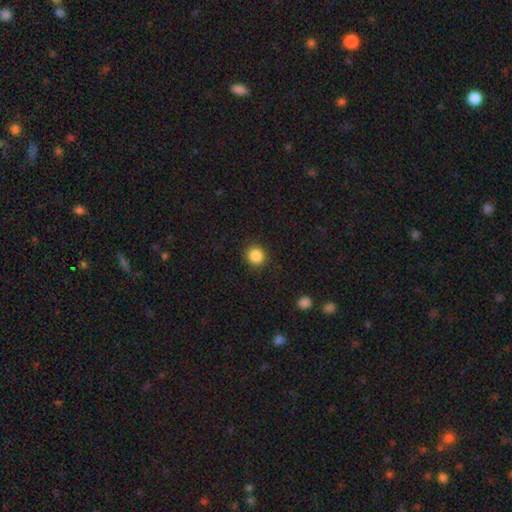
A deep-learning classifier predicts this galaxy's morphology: A smooth galaxy with no disk features (86%) that is round (89%).

Vote fractions:
- Smooth or featured? smooth: 86% / star or artifact: 10% / featured or disk: 4%
- How rounded? round: 89% / in between: 10% / cigar-shaped: 1%
- Merging? none: 90% / minor disturbance: 7% / major disturbance: 2% / merger: 1%